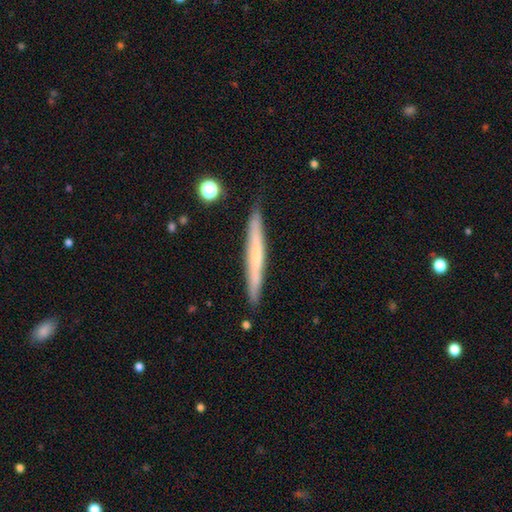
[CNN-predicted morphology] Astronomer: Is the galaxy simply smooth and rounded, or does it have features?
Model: smooth — 48% (runner-up: featured or disk, 45%).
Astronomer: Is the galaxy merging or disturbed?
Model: none — 86%.